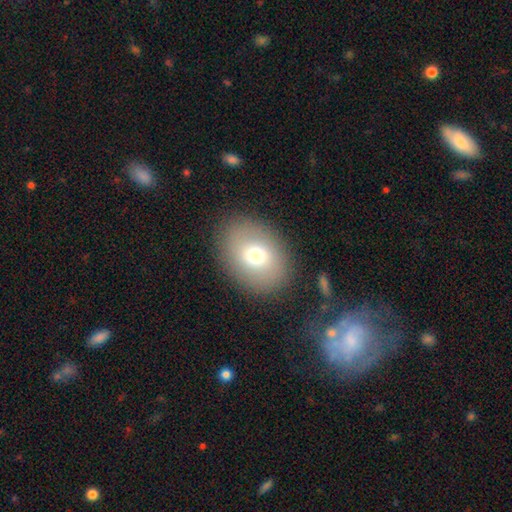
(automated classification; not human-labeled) Q: Smooth or featured?
A: smooth (71%); runner-up: featured or disk (19%)
Q: How rounded?
A: in between (69%); runner-up: round (30%)
Q: Merging?
A: none (85%); runner-up: minor disturbance (9%)